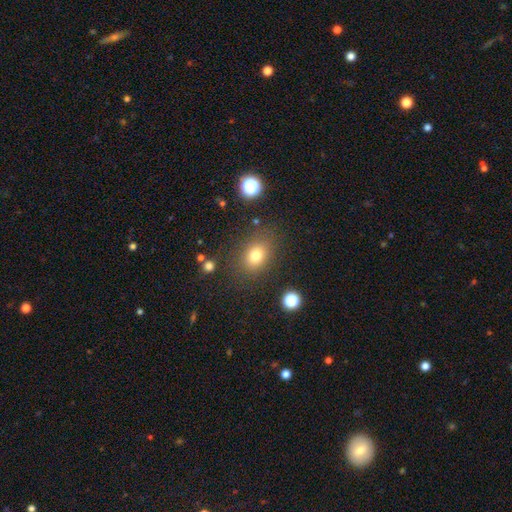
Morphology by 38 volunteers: Q: Smooth or featured?
A: smooth (87%); runner-up: featured or disk (8%)
Q: How rounded?
A: in between (67%); runner-up: round (33%)
Q: Merging?
A: none (69%); runner-up: major disturbance (14%)